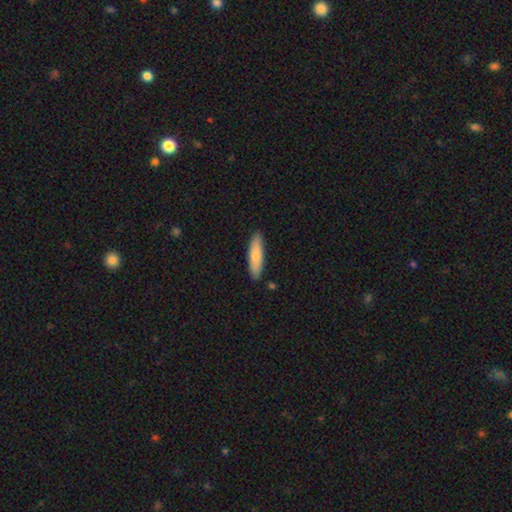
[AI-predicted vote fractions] This appears to be a smooth galaxy with no disk features (80%) that is cigar-shaped (67%). Merging: none (88%).